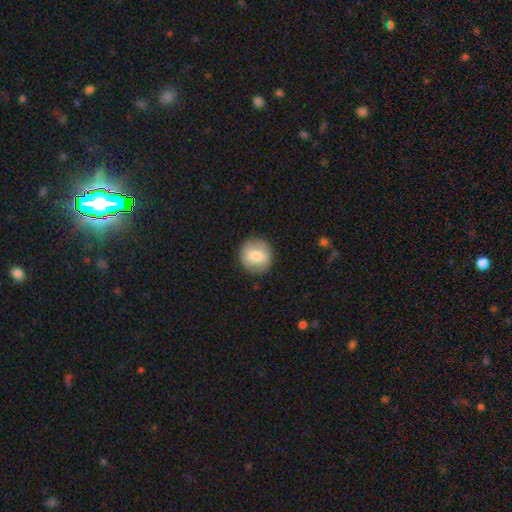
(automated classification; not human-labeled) Smooth or featured: smooth — 69% (featured or disk — 24%)
How rounded: round — 90% (in between — 9%)
Merging: none — 87% (minor disturbance — 9%)